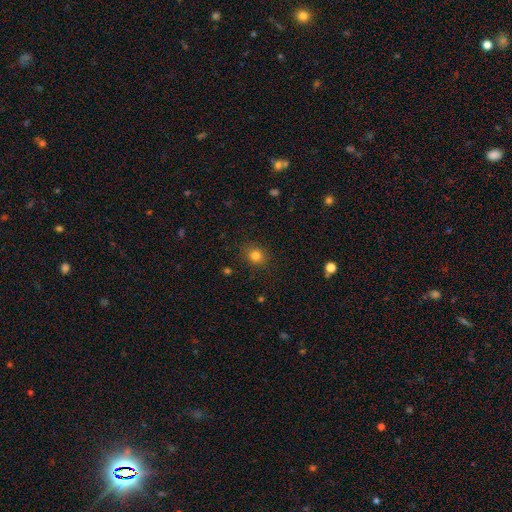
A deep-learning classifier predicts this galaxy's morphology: Smooth or featured? smooth (81%)
How rounded? round (77%)
Merging? none (88%)